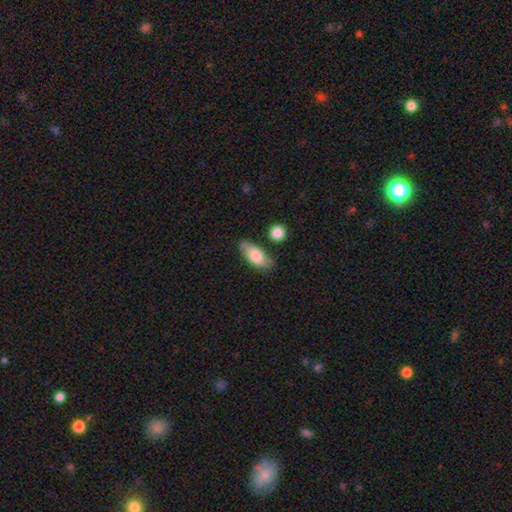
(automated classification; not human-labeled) This is likely a smooth galaxy (75%). How rounded: clearly in between (85%). Merging: likely none (64%).